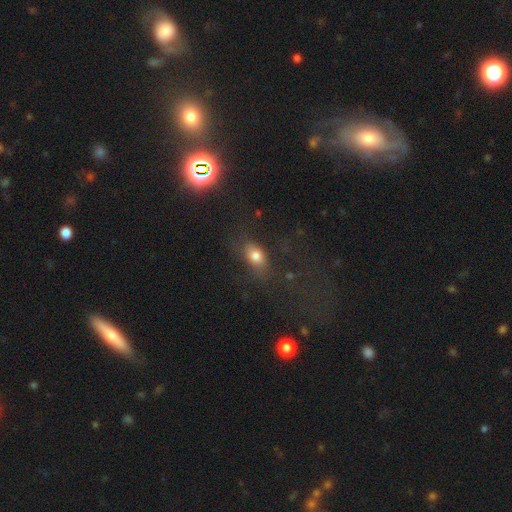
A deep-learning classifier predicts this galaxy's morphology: Q: Smooth or featured?
A: smooth (73%); runner-up: star or artifact (14%)
Q: How rounded?
A: in between (76%); runner-up: round (17%)
Q: Merging?
A: none (63%); runner-up: minor disturbance (19%)